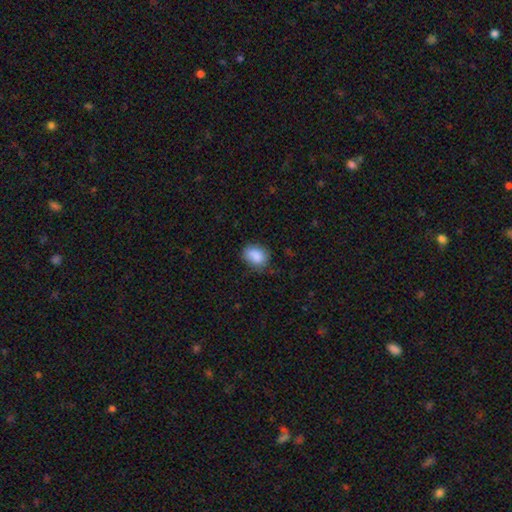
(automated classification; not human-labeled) The model was most divided on "how rounded": in between: 68%, round: 31%, cigar-shaped: 1%. More confident: smooth or featured — smooth (87%); merging — none (73%).